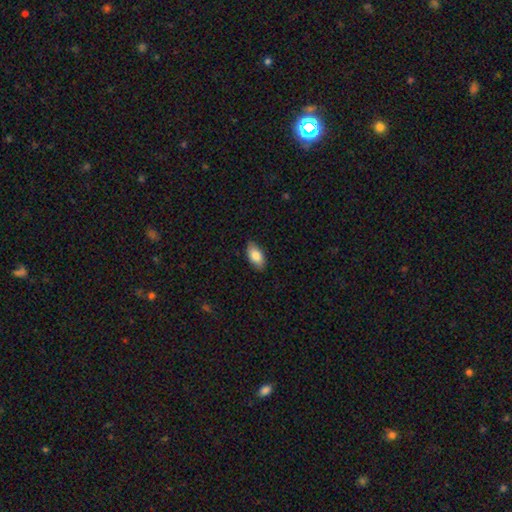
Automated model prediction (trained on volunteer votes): Overall: smooth (84%). How rounded: in between (92%). Merging: none (86%).